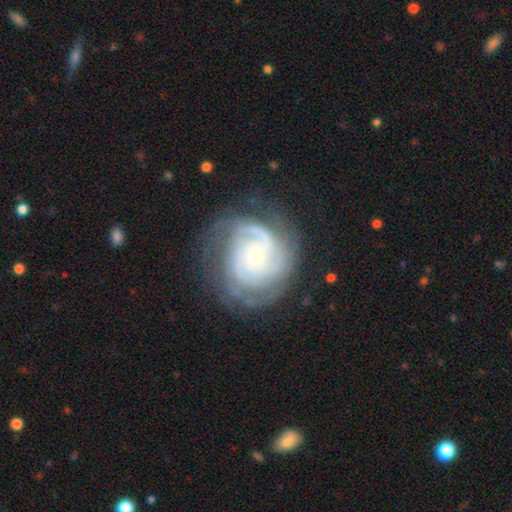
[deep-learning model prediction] Smooth or featured: featured or disk — 85% (smooth — 9%)
Edge-on disk: no — 98% (yes — 2%)
Bar: no — 77% (weak — 19%)
Spiral arms: yes — 95% (no — 5%)
Spiral winding: tight — 66% (medium — 26%)
Spiral arm count: can't tell — 30% (3 — 24%)
Bulge size: small — 68% (moderate — 28%)
Merging: none — 69% (minor disturbance — 18%)